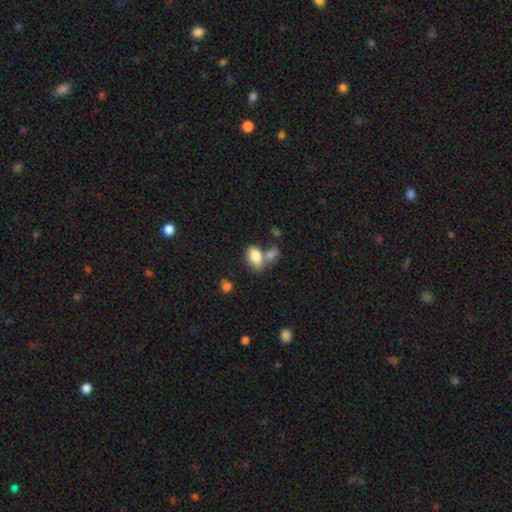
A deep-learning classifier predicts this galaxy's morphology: Smooth or featured?
  - smooth: 81% *
  - featured or disk: 11%
  - star or artifact: 8%
How rounded?
  - in between: 90% *
  - round: 9%
  - cigar-shaped: 2%
Merging?
  - none: 41% *
  - merger: 40%
  - minor disturbance: 13%
  - major disturbance: 5%